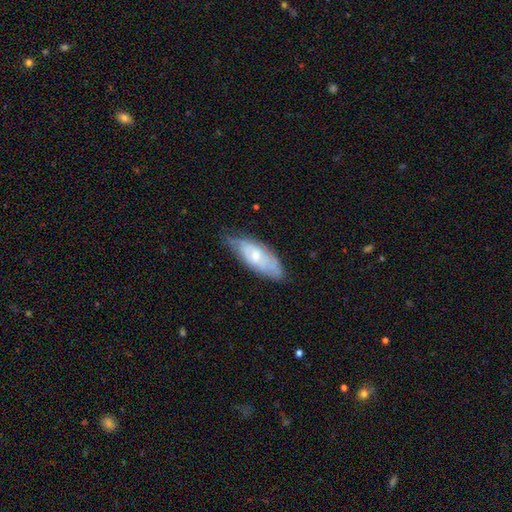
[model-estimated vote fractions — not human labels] A featured or disk galaxy (53%). Merging: none (58%).